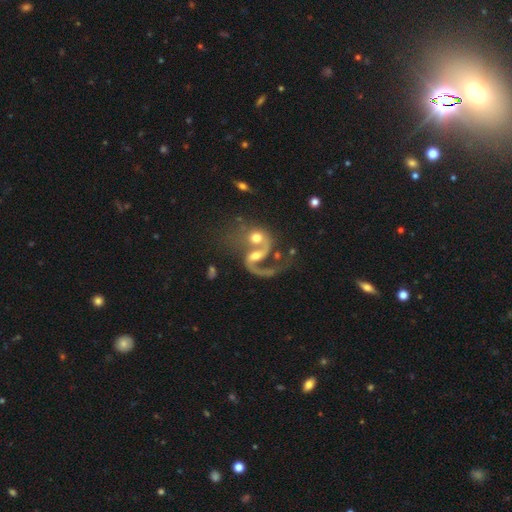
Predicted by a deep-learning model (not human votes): Smooth or featured?
  - featured or disk: 81% *
  - smooth: 12%
  - star or artifact: 7%
Edge-on disk?
  - no: 97% *
  - yes: 3%
Bar?
  - no: 46% *
  - weak: 36%
  - strong: 18%
Spiral arms?
  - yes: 91% *
  - no: 9%
Spiral winding?
  - loose: 63% *
  - medium: 30%
  - tight: 7%
Spiral arm count?
  - 2: 62% *
  - 1: 32%
  - can't tell: 3%
  - 3: 1%
  - 4: 1%
  - more than 4: 1%
Bulge size?
  - moderate: 57% *
  - small: 23%
  - large: 14%
  - none: 5%
  - dominant: 2%
Merging?
  - merger: 60% *
  - none: 18%
  - major disturbance: 15%
  - minor disturbance: 7%